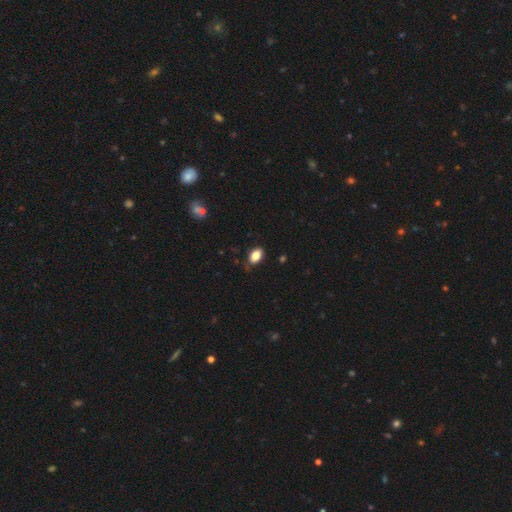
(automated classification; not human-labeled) A smooth galaxy with no disk features (85%) that is in between round and cigar-shaped (88%). Merging: none (78%).